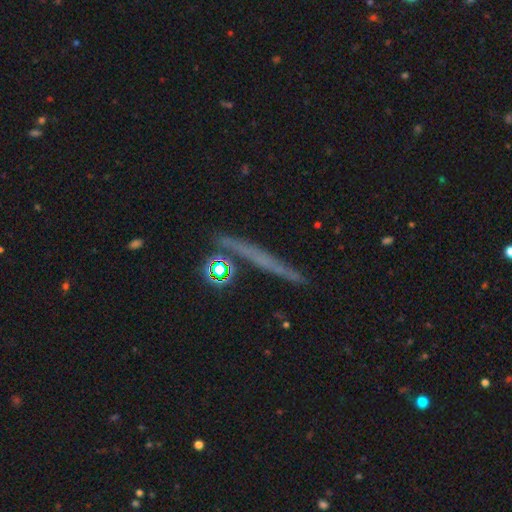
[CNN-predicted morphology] Smooth or featured? featured or disk (47%)
Merging? none (84%)